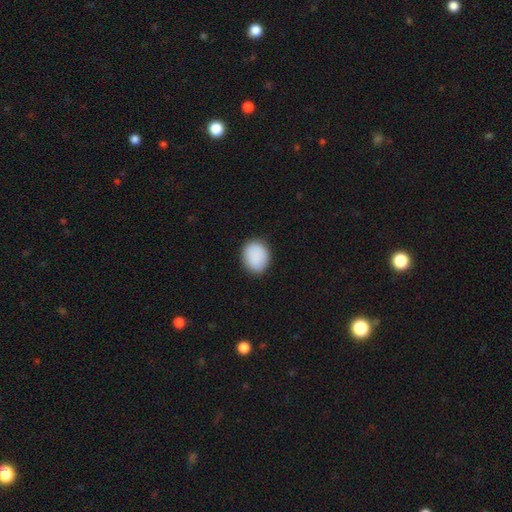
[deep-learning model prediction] smooth-or-featured: smooth: 89% | star or artifact: 7% | featured or disk: 4%
  how-rounded: round: 57% | in between: 42% | cigar-shaped: 1%
  merging: none: 86% | minor disturbance: 10% | major disturbance: 2% | merger: 1%